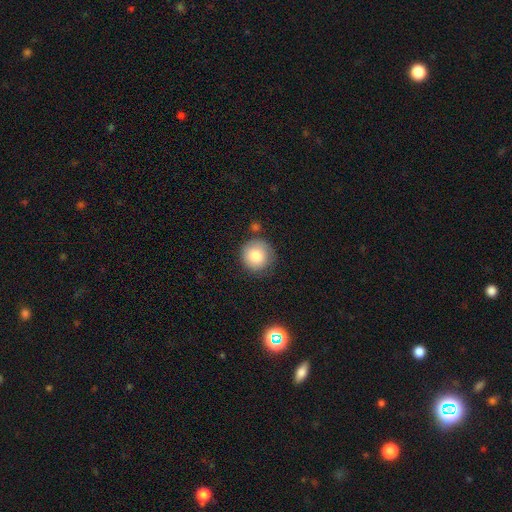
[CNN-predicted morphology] Overall: smooth (82%). How rounded: round (94%). Merging: none (77%).